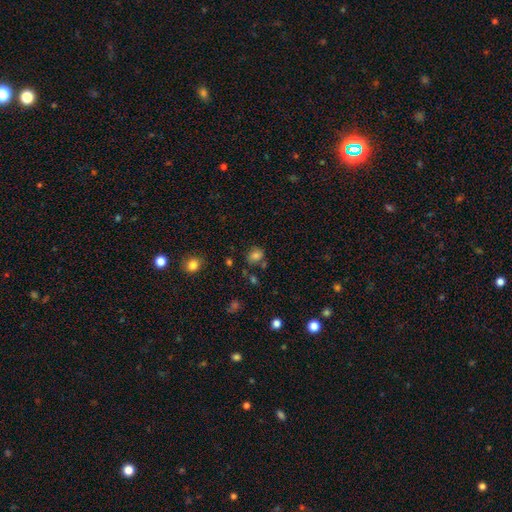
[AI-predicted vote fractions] Q: Smooth or featured?
A: smooth (79%); runner-up: star or artifact (13%)
Q: How rounded?
A: round (62%); runner-up: in between (37%)
Q: Merging?
A: none (73%); runner-up: minor disturbance (15%)